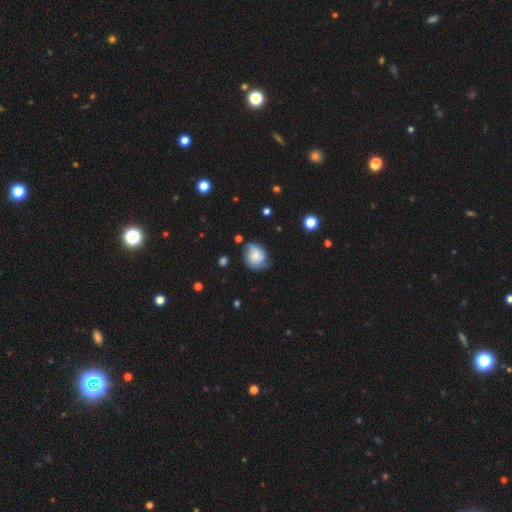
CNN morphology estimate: type=smooth (48%); merging=none (60%).